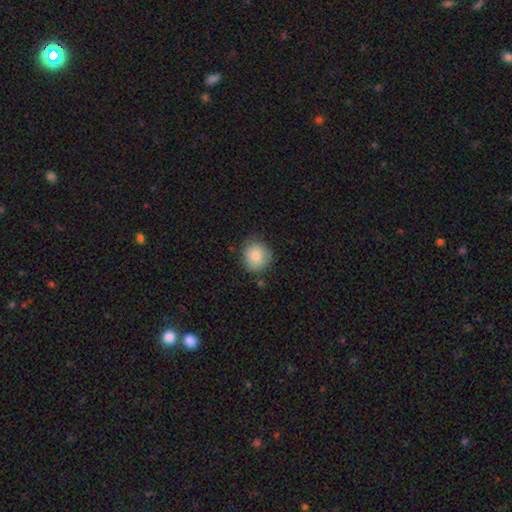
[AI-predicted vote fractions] smooth-or-featured: smooth: 86% | star or artifact: 8% | featured or disk: 6%
  how-rounded: round: 85% | in between: 14% | cigar-shaped: 1%
  merging: none: 79% | minor disturbance: 15% | major disturbance: 3% | merger: 2%